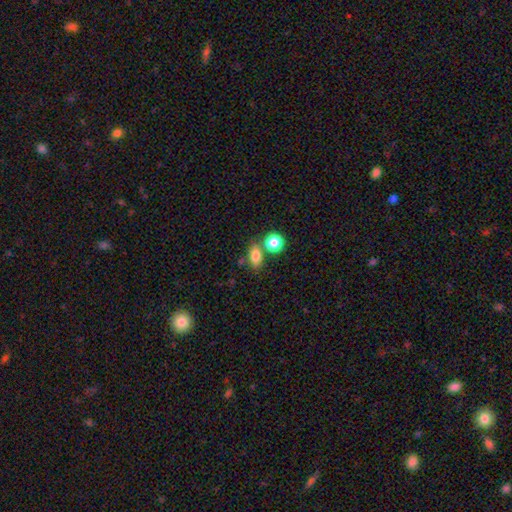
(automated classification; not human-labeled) Morphology: type=smooth (80%); roundness=in between (75%); merging=none (64%).